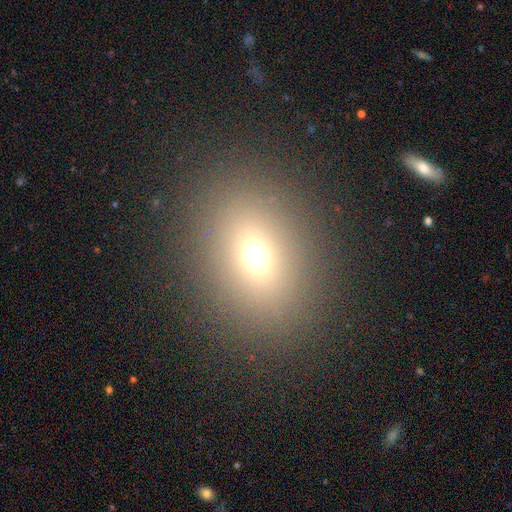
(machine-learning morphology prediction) Smooth or featured: smooth — 67% (star or artifact — 21%)
How rounded: in between — 60% (round — 38%)
Merging: none — 84% (minor disturbance — 9%)